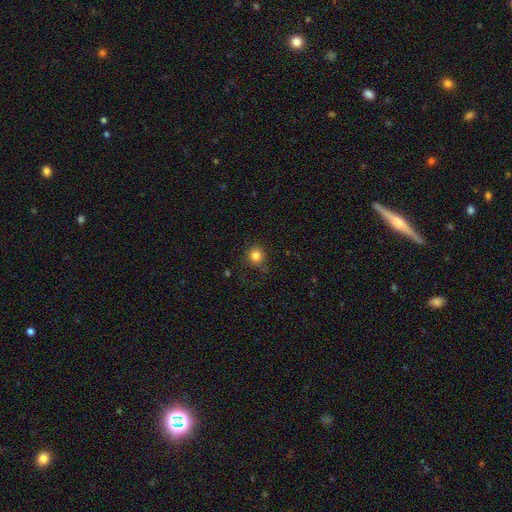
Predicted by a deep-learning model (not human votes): This is clearly a smooth galaxy (83%). How rounded: clearly round (91%). Merging: clearly none (80%).